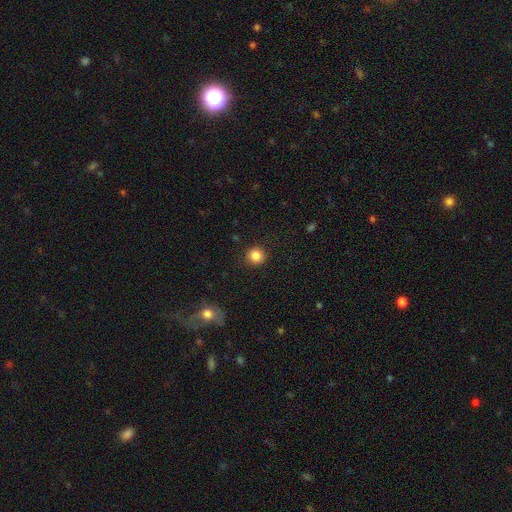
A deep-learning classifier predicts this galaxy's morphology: The model was most divided on "smooth or featured": smooth: 86%, star or artifact: 10%, featured or disk: 4%. More confident: how rounded — round (93%); merging — none (91%).